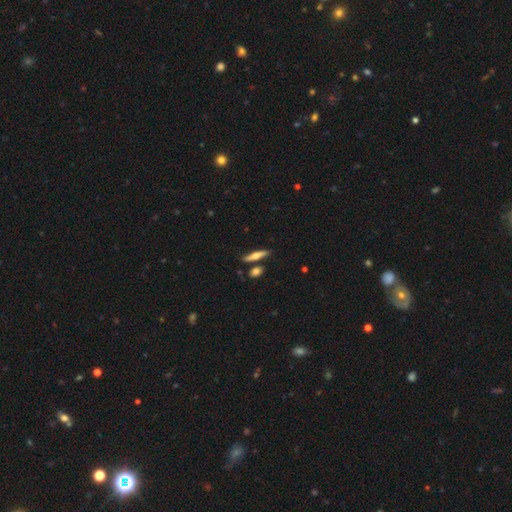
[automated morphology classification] Smooth or featured: smooth — 51% (featured or disk — 42%)
How rounded: cigar-shaped — 79% (in between — 18%)
Merging: none — 79% (minor disturbance — 9%)